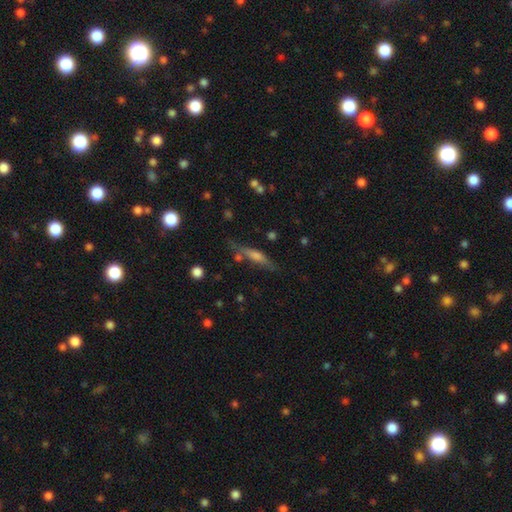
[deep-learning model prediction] Smooth or featured?
  - smooth: 51% *
  - featured or disk: 39%
  - star or artifact: 9%
How rounded?
  - cigar-shaped: 78% *
  - in between: 20%
  - round: 3%
Merging?
  - none: 67% *
  - minor disturbance: 19%
  - major disturbance: 7%
  - merger: 7%